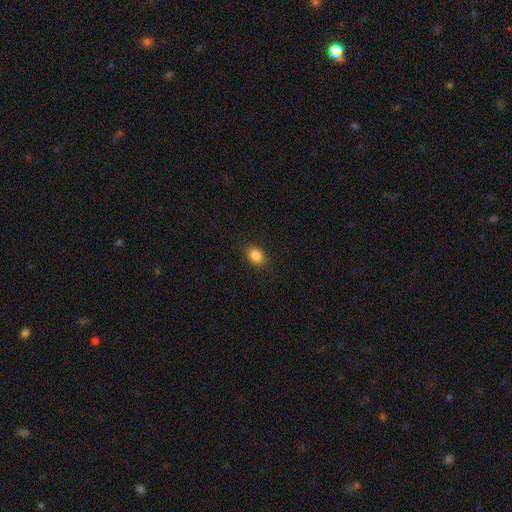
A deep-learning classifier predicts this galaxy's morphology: Smooth or featured: smooth — 85% (star or artifact — 10%)
How rounded: in between — 64% (round — 35%)
Merging: none — 87% (minor disturbance — 9%)